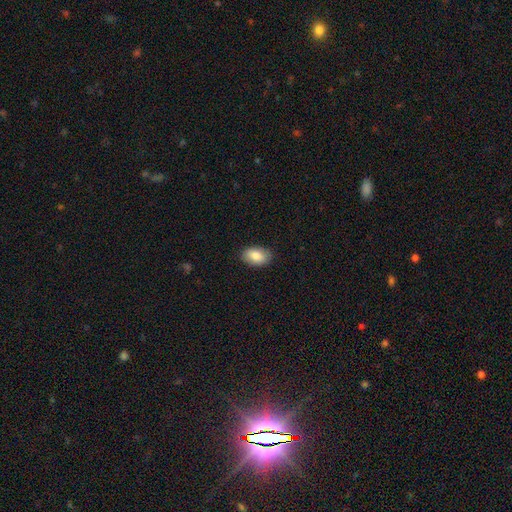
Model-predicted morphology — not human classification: Overall: smooth (86%). How rounded: in between (91%). Merging: none (87%).